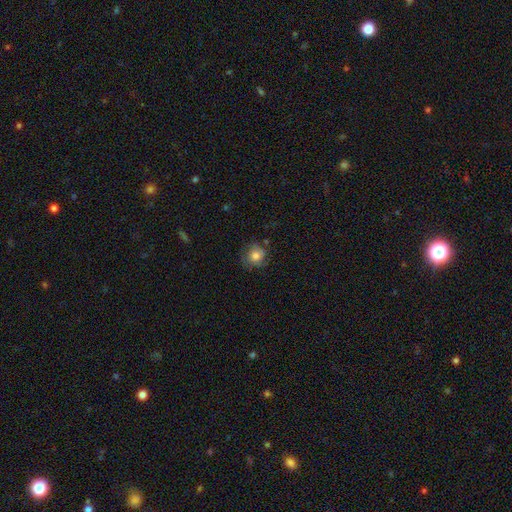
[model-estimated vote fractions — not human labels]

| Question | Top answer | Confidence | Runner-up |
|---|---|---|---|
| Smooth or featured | smooth | 63% | featured or disk (27%) |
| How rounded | round | 85% | in between (14%) |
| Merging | none | 70% | minor disturbance (20%) |